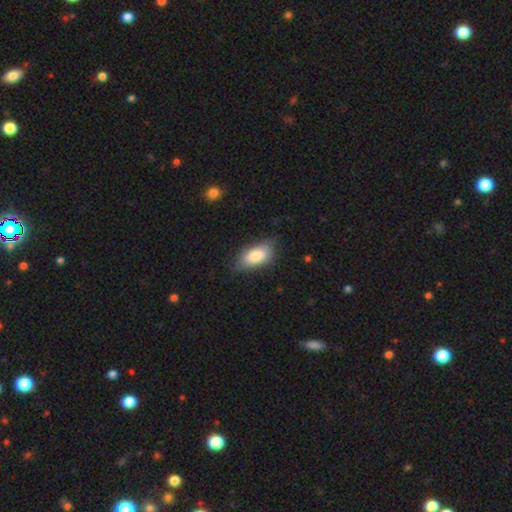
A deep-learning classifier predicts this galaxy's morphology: Q: Smooth or featured?
A: smooth (82%); runner-up: featured or disk (12%)
Q: How rounded?
A: in between (91%); runner-up: cigar-shaped (6%)
Q: Merging?
A: none (73%); runner-up: minor disturbance (22%)